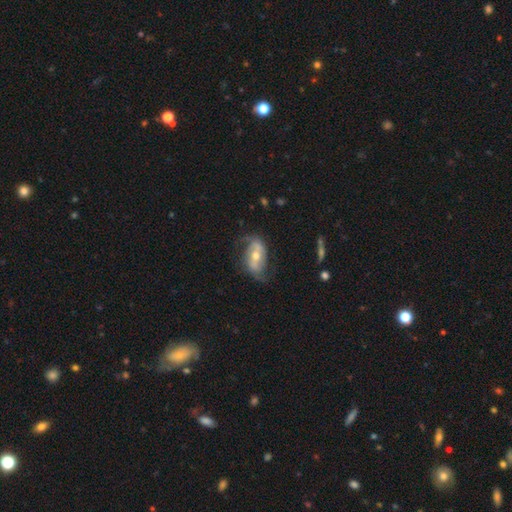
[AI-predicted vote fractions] smooth_or_featured: featured or disk (p=0.77) [alt: smooth p=0.16]
disk_edge_on: no (p=0.94) [alt: yes p=0.06]
bar: weak (p=0.36) [alt: no p=0.32]
has_spiral_arms: yes (p=0.89) [alt: no p=0.11]
spiral_winding: loose (p=0.52) [alt: medium p=0.33]
spiral_arm_count: 2 (p=0.87) [alt: can't tell p=0.07]
bulge_size: moderate (p=0.61) [alt: small p=0.34]
merging: none (p=0.65) [alt: minor disturbance p=0.21]